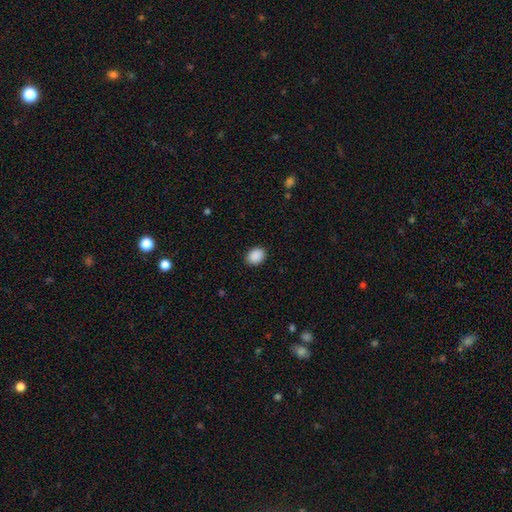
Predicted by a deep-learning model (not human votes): Overall: smooth (90%). How rounded: in between (55%; round 44%). Merging: none (89%).